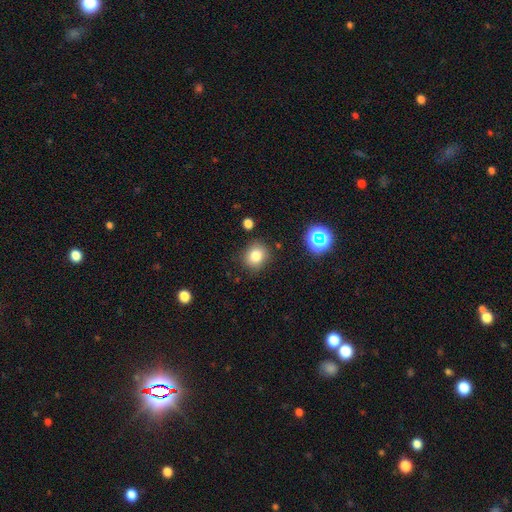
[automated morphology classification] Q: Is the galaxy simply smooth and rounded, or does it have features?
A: smooth — 79%.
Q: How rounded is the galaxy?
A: round — 76%.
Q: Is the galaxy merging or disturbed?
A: none — 84%.